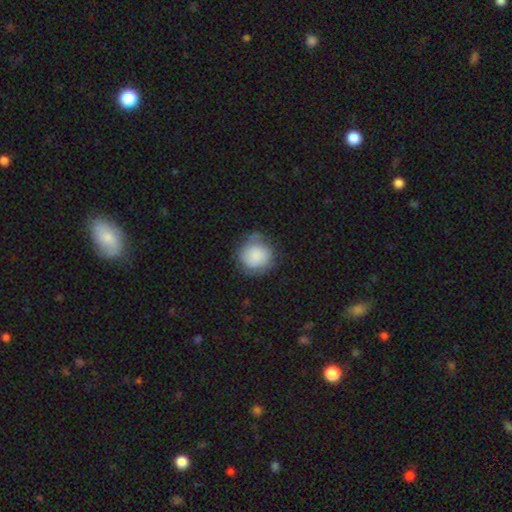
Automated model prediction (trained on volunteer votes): A smooth galaxy with no disk features (72%) that is round (88%).

Vote fractions:
- Smooth or featured? smooth: 72% / featured or disk: 21% / star or artifact: 7%
- How rounded? round: 88% / in between: 12% / cigar-shaped: 1%
- Merging? none: 60% / minor disturbance: 27% / major disturbance: 11% / merger: 2%